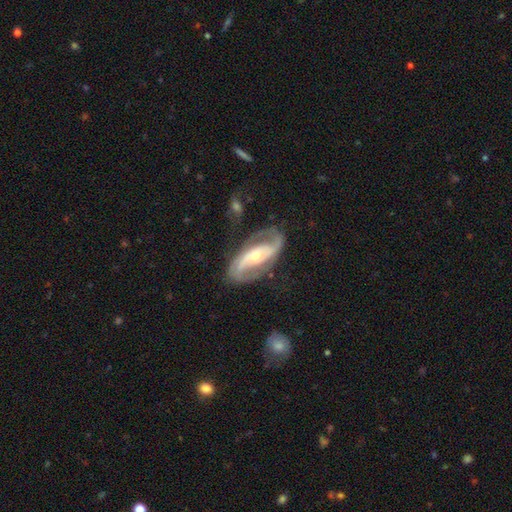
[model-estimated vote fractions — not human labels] smooth_or_featured: featured or disk (p=0.88) [alt: smooth p=0.07]
disk_edge_on: no (p=0.95) [alt: yes p=0.05]
bar: strong (p=0.38) [alt: no p=0.34]
has_spiral_arms: yes (p=0.95) [alt: no p=0.05]
spiral_winding: medium (p=0.47) [alt: loose p=0.29]
spiral_arm_count: 2 (p=0.90) [alt: can't tell p=0.04]
bulge_size: moderate (p=0.49) [alt: small p=0.46]
merging: none (p=0.71) [alt: minor disturbance p=0.16]